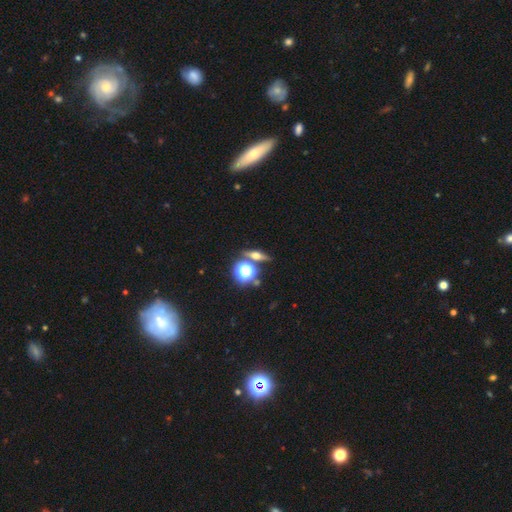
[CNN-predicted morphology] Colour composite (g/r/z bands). It shows a featured or disk galaxy (47%). Merging: none (81%).